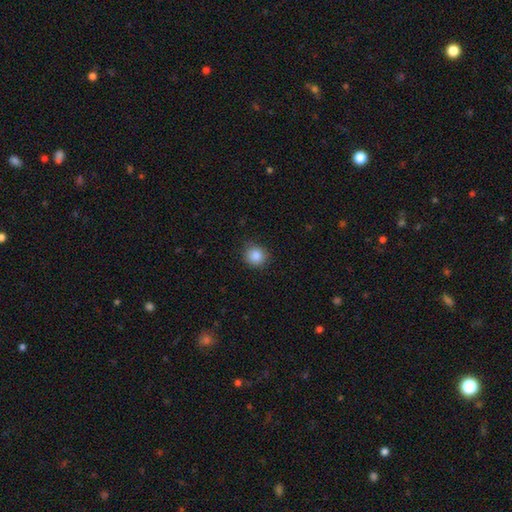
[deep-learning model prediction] Smooth or featured: smooth — 87% (star or artifact — 9%)
How rounded: round — 88% (in between — 11%)
Merging: none — 85% (minor disturbance — 11%)